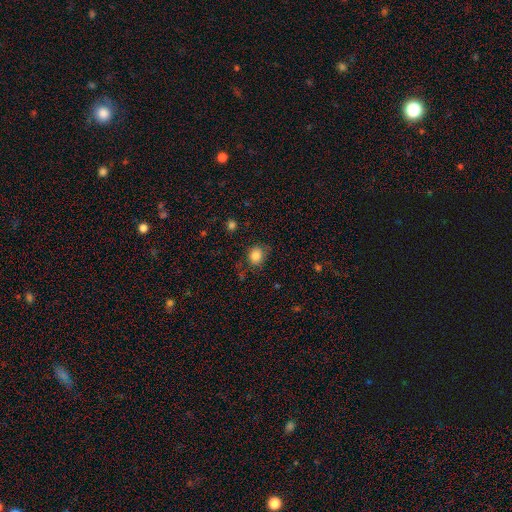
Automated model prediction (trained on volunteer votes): Smooth or featured? Predicted: smooth (p=0.84). How rounded? Predicted: round (p=0.64). Merging? Predicted: none (p=0.70).